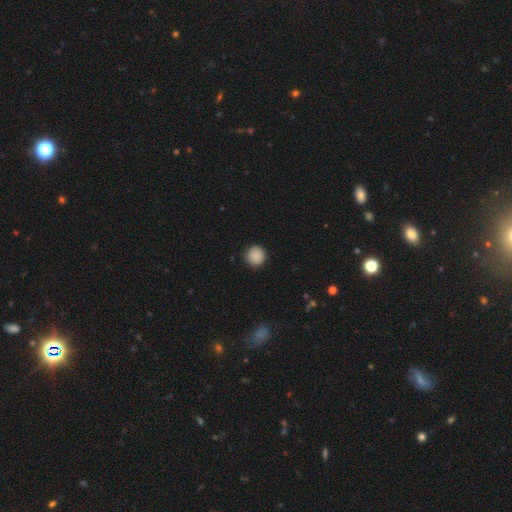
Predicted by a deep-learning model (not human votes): Smooth or featured: smooth — 89% (star or artifact — 8%)
How rounded: round — 94% (in between — 5%)
Merging: none — 91% (minor disturbance — 6%)